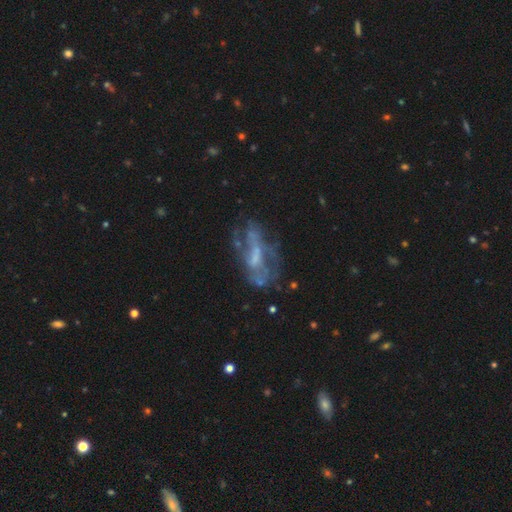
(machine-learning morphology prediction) The model was most divided on "spiral arms": no: 52%, yes: 48%. Remaining: edge-on disk — no (92%); smooth or featured — featured or disk (71%); bar — no (48%); merging — none (47%); bulge size — small (37%).